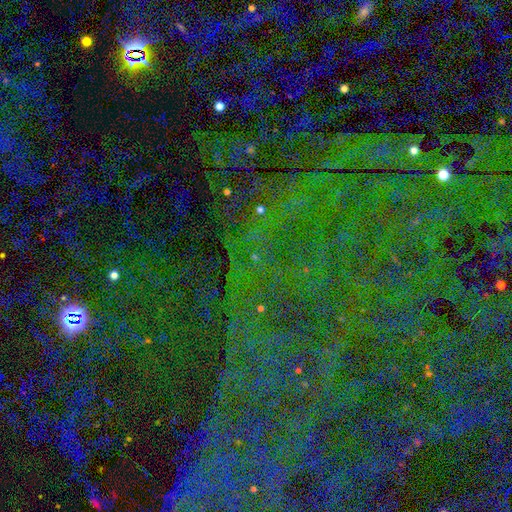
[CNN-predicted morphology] A star or artifact, not a galaxy (84%).